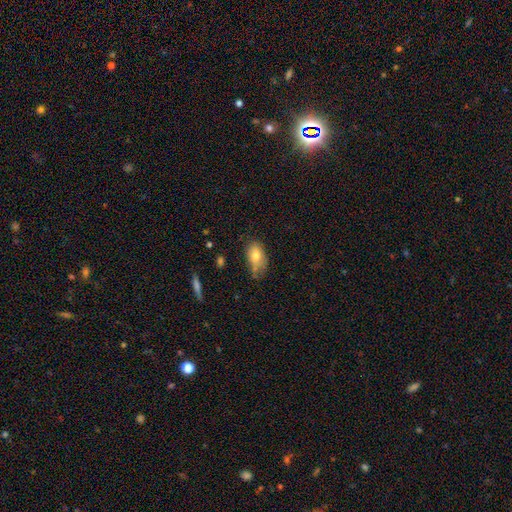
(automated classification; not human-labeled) Smooth or featured: smooth — 75% (featured or disk — 16%)
How rounded: in between — 89% (round — 9%)
Merging: none — 48% (minor disturbance — 36%)